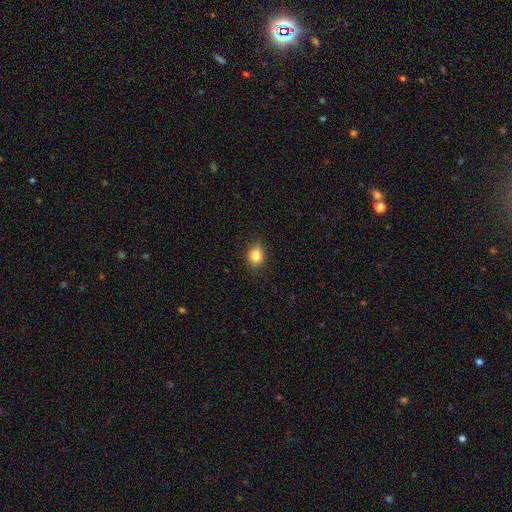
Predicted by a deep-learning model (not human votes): Q: Smooth or featured?
A: smooth (85%); runner-up: star or artifact (10%)
Q: How rounded?
A: round (55%); runner-up: in between (44%)
Q: Merging?
A: none (87%); runner-up: minor disturbance (10%)